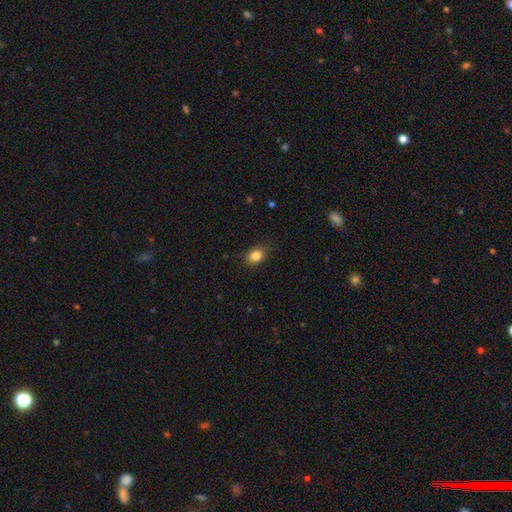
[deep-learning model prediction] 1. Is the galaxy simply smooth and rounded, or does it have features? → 85% smooth, 10% star or artifact, 5% featured or disk.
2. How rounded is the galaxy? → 66% in between, 33% round, 1% cigar-shaped.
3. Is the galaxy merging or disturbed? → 85% none, 11% minor disturbance, 3% major disturbance, 1% merger.